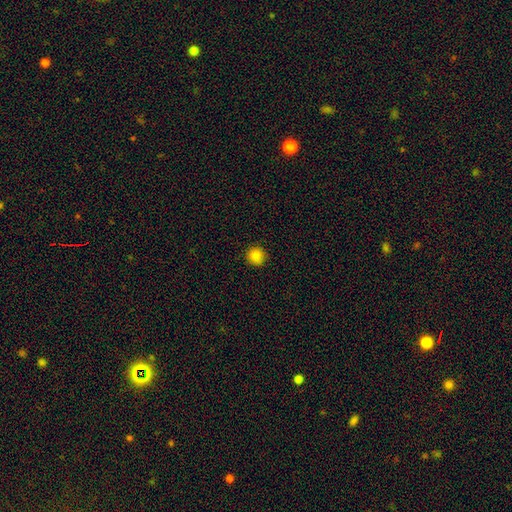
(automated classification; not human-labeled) Smooth or featured: smooth — 84% (star or artifact — 11%)
How rounded: round — 95% (in between — 4%)
Merging: none — 92% (minor disturbance — 5%)